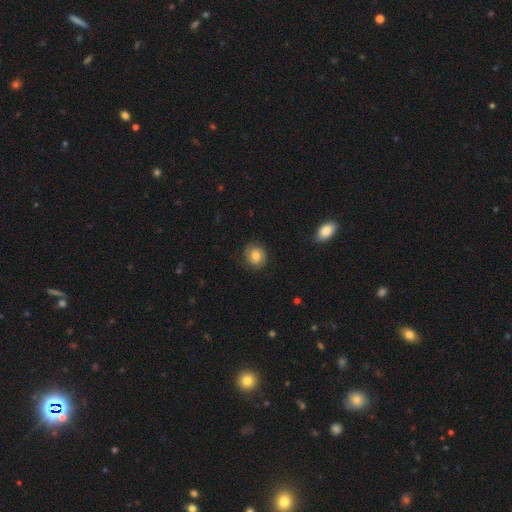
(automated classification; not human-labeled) smooth 72%, featured or disk 19%, star or artifact 9%. Down the decision tree: how rounded — round (76%); merging — none (84%).